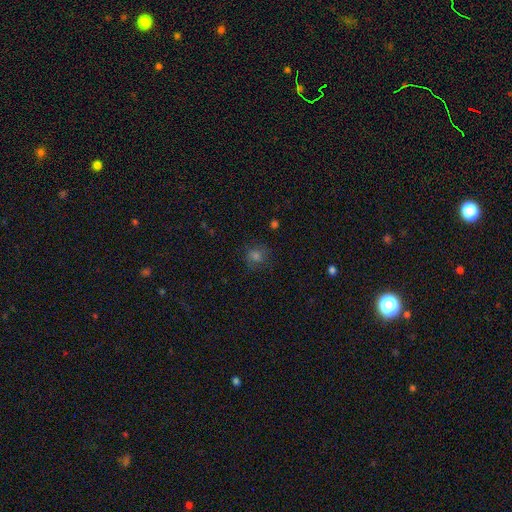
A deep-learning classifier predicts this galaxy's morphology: Q: Smooth or featured?
A: smooth (60%); runner-up: star or artifact (27%)
Q: How rounded?
A: round (79%); runner-up: in between (20%)
Q: Merging?
A: none (78%); runner-up: minor disturbance (14%)